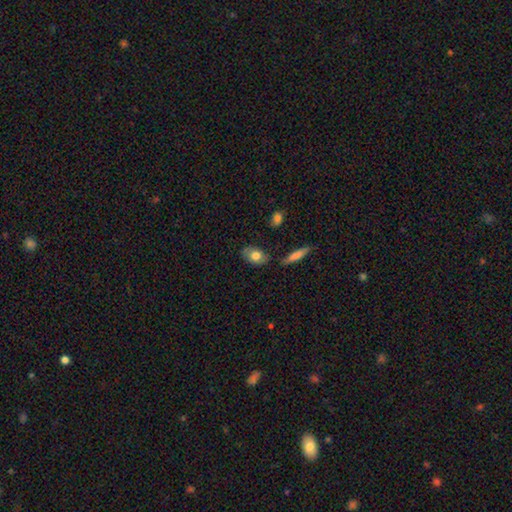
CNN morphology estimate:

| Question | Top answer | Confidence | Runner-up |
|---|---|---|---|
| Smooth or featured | smooth | 74% | featured or disk (19%) |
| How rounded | in between | 85% | round (11%) |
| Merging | none | 73% | minor disturbance (18%) |